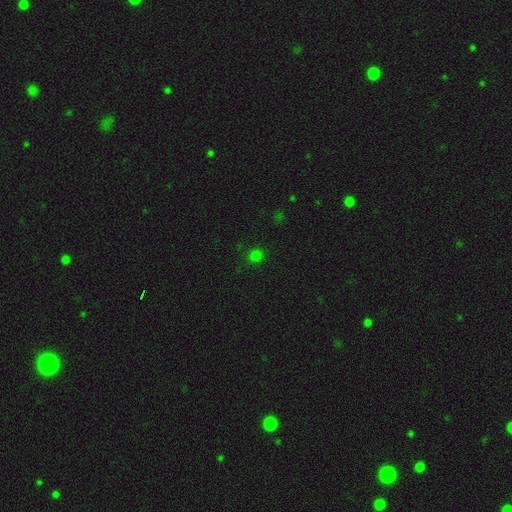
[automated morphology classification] A smooth galaxy with no disk features (75%) that is round (88%).

Vote fractions:
- Smooth or featured? smooth: 75% / star or artifact: 22% / featured or disk: 3%
- How rounded? round: 88% / in between: 11% / cigar-shaped: 1%
- Merging? none: 89% / minor disturbance: 7% / major disturbance: 2% / merger: 1%